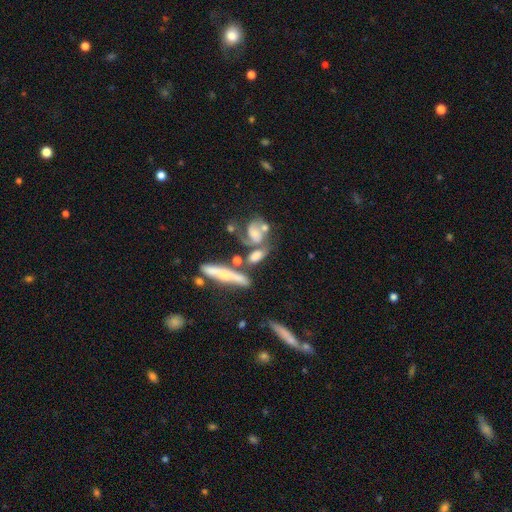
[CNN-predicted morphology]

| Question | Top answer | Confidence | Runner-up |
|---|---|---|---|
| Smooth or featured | featured or disk | 50% | smooth (39%) |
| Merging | merger | 39% | none (33%) |